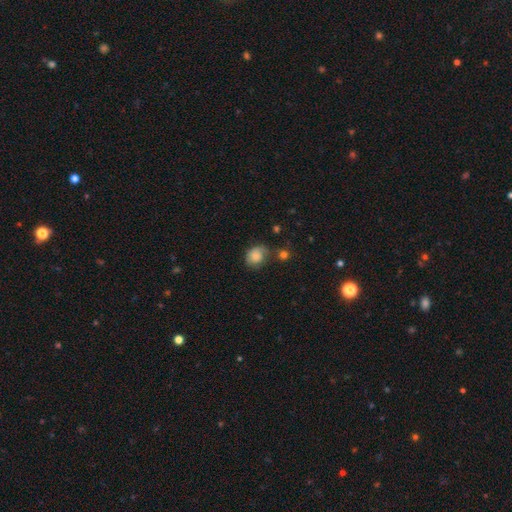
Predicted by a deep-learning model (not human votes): A smooth galaxy with no disk features (82%) that is round (52%). Merging: none (55%).